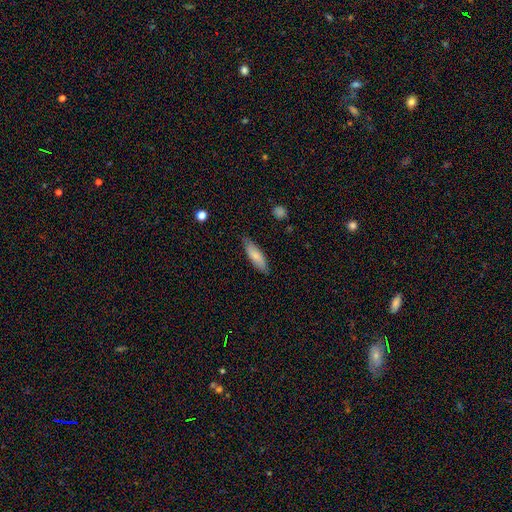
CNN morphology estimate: This appears to be a smooth galaxy with no disk features (79%) that is cigar-shaped (51%). Merging: none (82%).